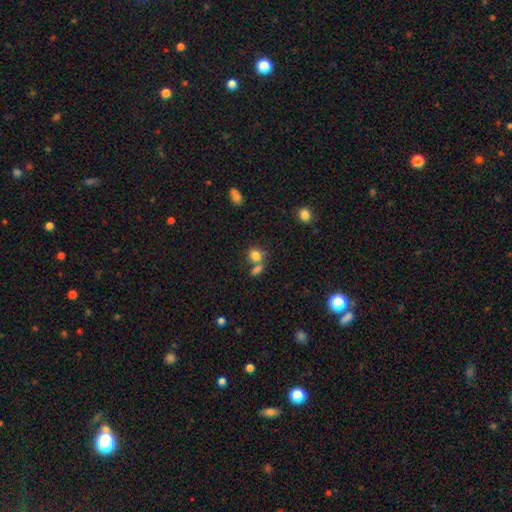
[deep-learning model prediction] Overall: smooth (81%). How rounded: round (65%; in between 33%). Merging: none (49%; merger 35%).